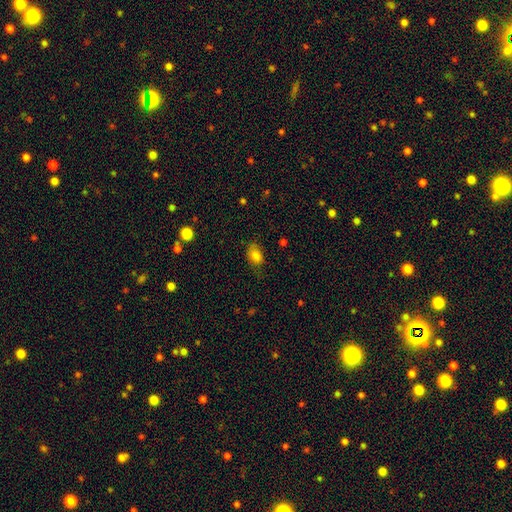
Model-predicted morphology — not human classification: Smooth or featured?
  - smooth: 82% *
  - star or artifact: 10%
  - featured or disk: 8%
How rounded?
  - in between: 76% *
  - round: 22%
  - cigar-shaped: 1%
Merging?
  - none: 63% *
  - minor disturbance: 27%
  - major disturbance: 9%
  - merger: 2%